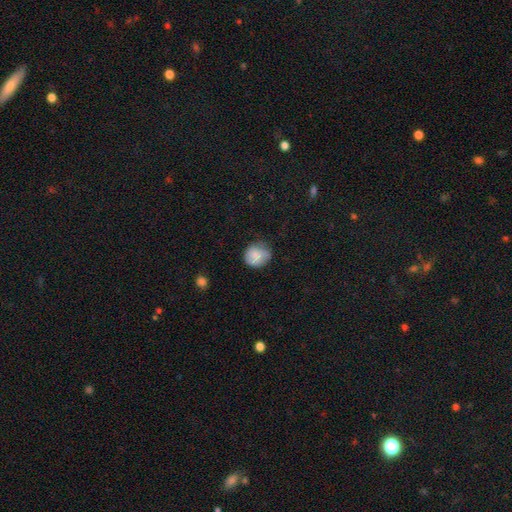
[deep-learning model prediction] smooth_or_featured: smooth (p=0.75) [alt: featured or disk p=0.17]
how_rounded: round (p=0.82) [alt: in between p=0.17]
merging: none (p=0.61) [alt: minor disturbance p=0.28]